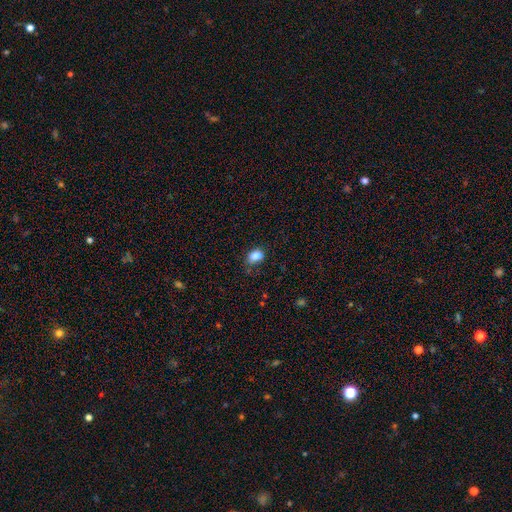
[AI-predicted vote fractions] Morphology: type=smooth (85%); roundness=in between (79%); merging=none (64%).